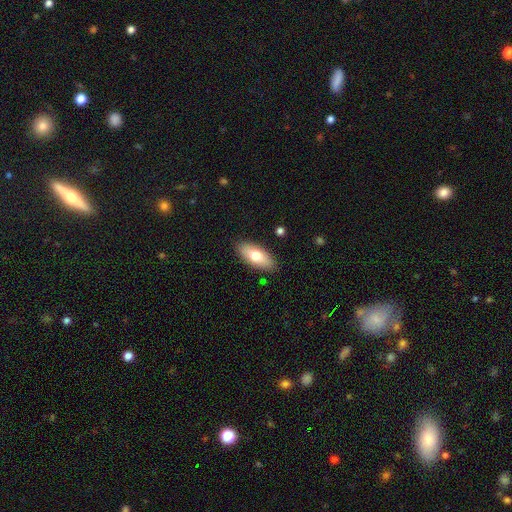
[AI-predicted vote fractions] A smooth galaxy with no disk features (73%) that is in between round and cigar-shaped (84%). Merging: none (87%).